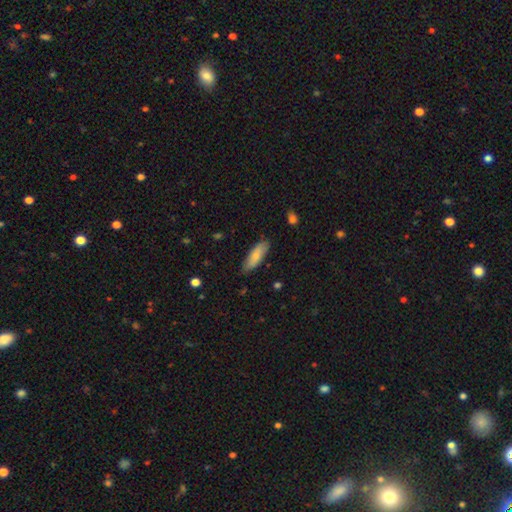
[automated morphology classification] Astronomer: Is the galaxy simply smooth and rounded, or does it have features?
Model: smooth — 78%.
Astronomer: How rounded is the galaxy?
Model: in between — 60% (runner-up: cigar-shaped, 39%).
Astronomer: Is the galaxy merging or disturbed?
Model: none — 82%.